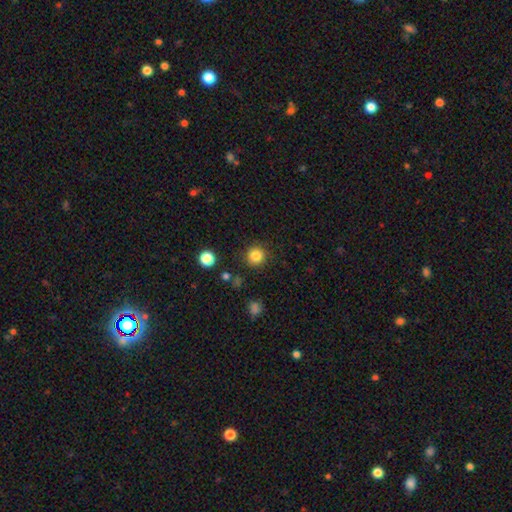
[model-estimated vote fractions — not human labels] smooth_or_featured: smooth (p=0.84) [alt: star or artifact p=0.12]
how_rounded: round (p=0.94) [alt: in between p=0.05]
merging: none (p=0.89) [alt: minor disturbance p=0.07]